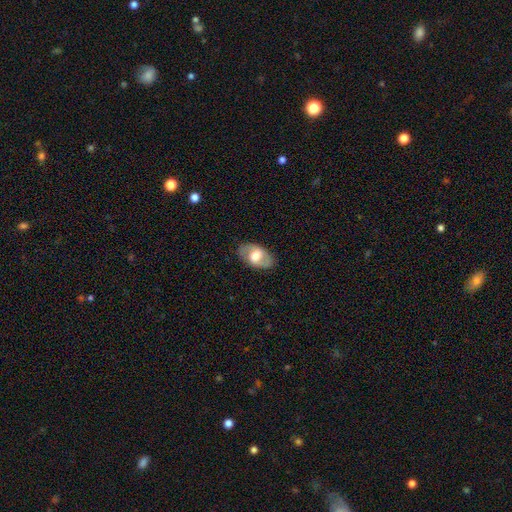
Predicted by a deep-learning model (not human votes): smooth-or-featured: featured or disk: 54% | smooth: 40% | star or artifact: 6%
  disk-edge-on: no: 91% | yes: 9%
  merging: none: 82% | minor disturbance: 13% | major disturbance: 4% | merger: 1%